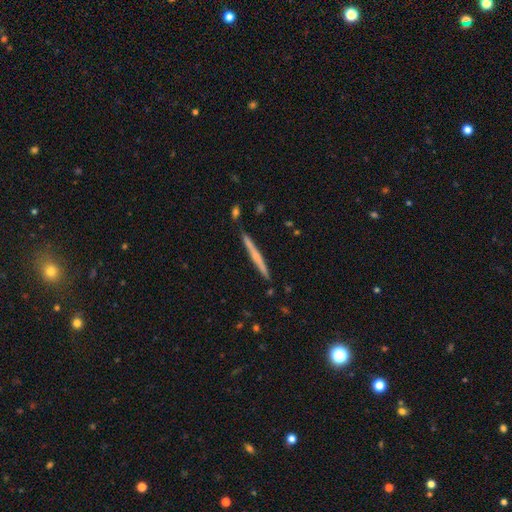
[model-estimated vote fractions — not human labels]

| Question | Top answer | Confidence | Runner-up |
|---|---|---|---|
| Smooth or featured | featured or disk | 48% | smooth (46%) |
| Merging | none | 89% | minor disturbance (7%) |